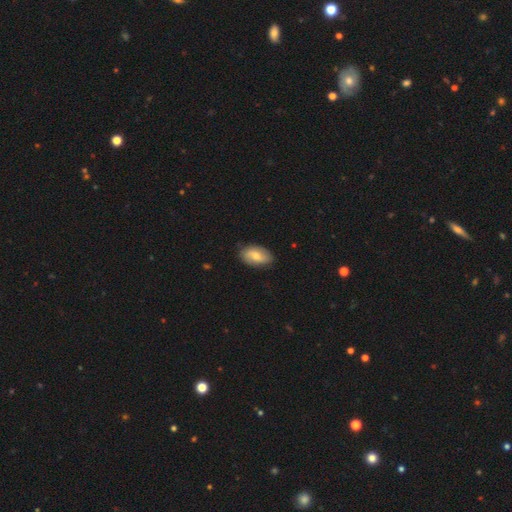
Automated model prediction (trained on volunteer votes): Smooth or featured? smooth (65%)
How rounded? in between (93%)
Merging? none (83%)